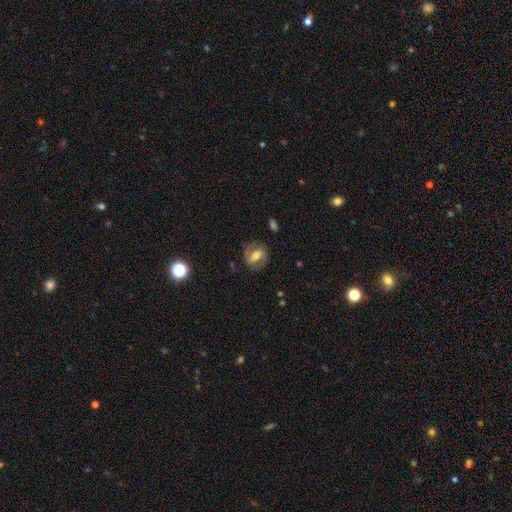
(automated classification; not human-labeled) Smooth or featured? Predicted: featured or disk (p=0.57). Edge-on disk? Predicted: no (p=0.92). Bar? Predicted: strong (p=0.45). Spiral arms? Predicted: yes (p=0.69). Bulge size? Predicted: moderate (p=0.61). Merging? Predicted: none (p=0.76).